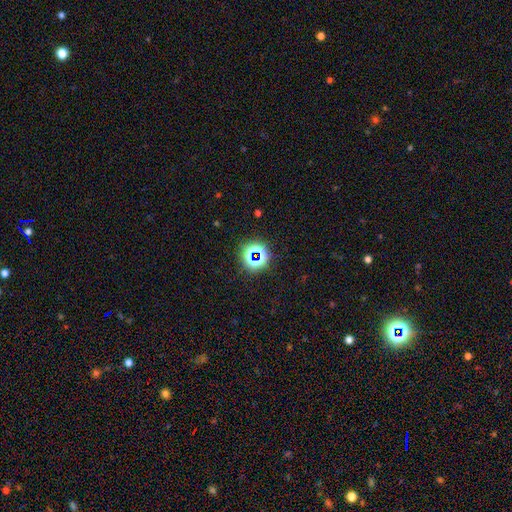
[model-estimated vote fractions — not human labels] Overall: star or artifact (69%).